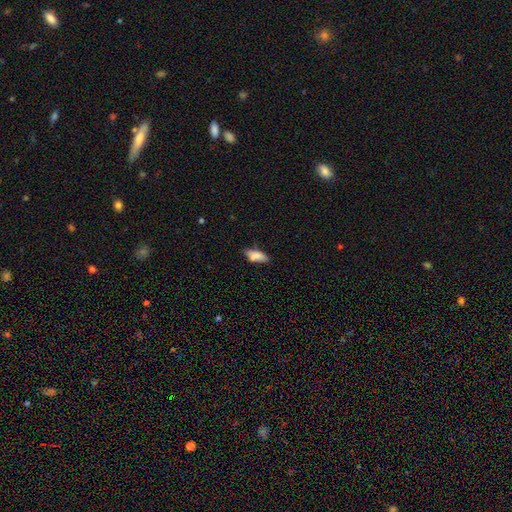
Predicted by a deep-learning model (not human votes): smooth_or_featured: smooth (p=0.80) [alt: featured or disk p=0.12]
how_rounded: in between (p=0.75) [alt: cigar-shaped p=0.22]
merging: none (p=0.61) [alt: minor disturbance p=0.26]